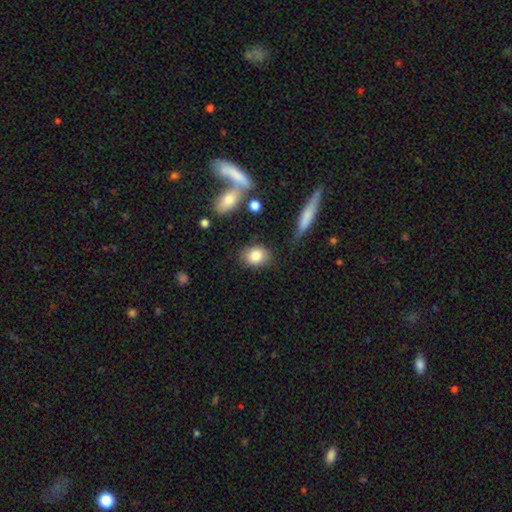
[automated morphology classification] smooth-or-featured: smooth: 84% | featured or disk: 8% | star or artifact: 8%
  how-rounded: in between: 60% | round: 38% | cigar-shaped: 2%
  merging: none: 78% | minor disturbance: 14% | major disturbance: 4% | merger: 4%